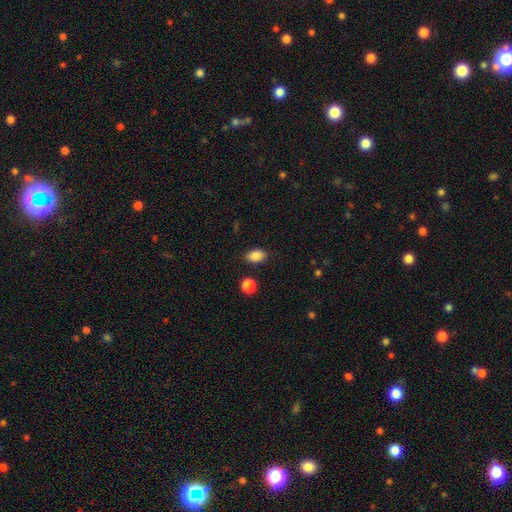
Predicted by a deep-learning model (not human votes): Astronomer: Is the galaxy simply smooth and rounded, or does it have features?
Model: smooth — 86%.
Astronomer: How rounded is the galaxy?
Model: in between — 84%.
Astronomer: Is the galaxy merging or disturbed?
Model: none — 84%.